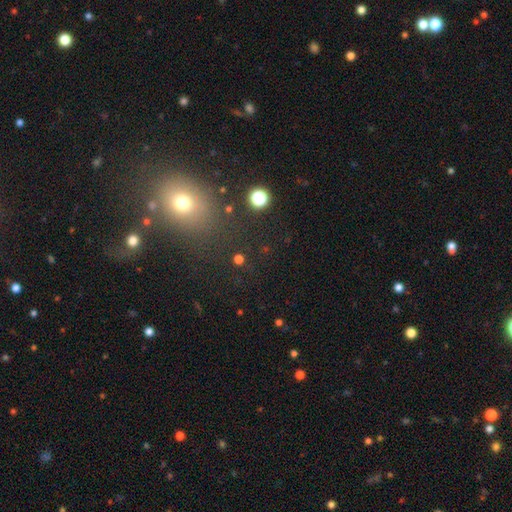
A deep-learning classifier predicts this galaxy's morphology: Smooth or featured? smooth (51%)
How rounded? round (61%)
Merging? none (79%)